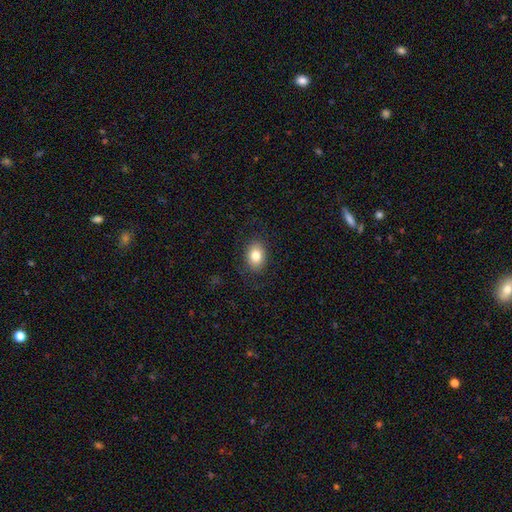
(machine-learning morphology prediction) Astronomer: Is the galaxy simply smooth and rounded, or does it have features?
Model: smooth — 82%.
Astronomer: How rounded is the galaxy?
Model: in between — 71%.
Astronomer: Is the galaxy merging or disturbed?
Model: none — 85%.